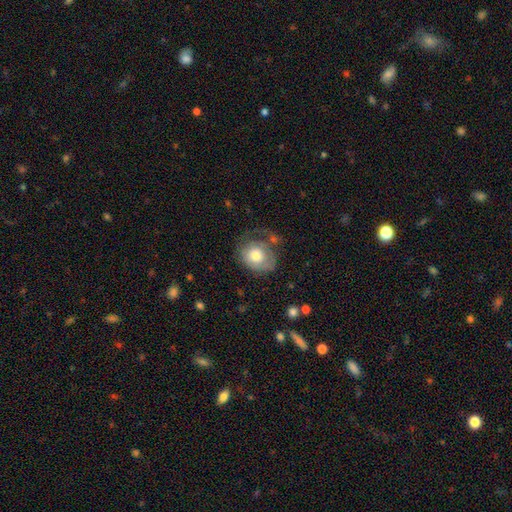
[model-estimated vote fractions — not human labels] Smooth or featured: smooth — 63% (featured or disk — 30%)
How rounded: round — 64% (in between — 35%)
Merging: none — 39% (major disturbance — 29%)